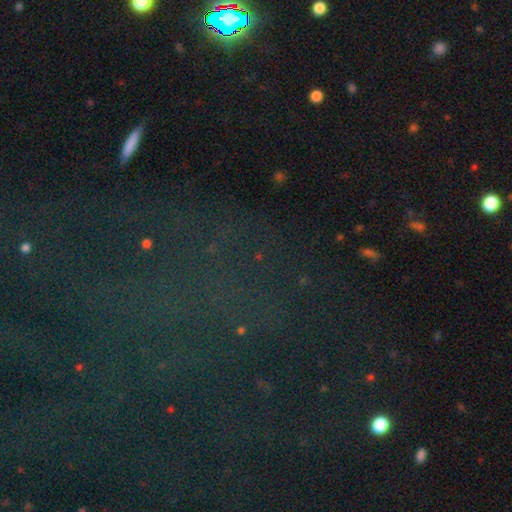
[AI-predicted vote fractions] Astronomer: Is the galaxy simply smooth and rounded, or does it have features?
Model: star or artifact — 75%.